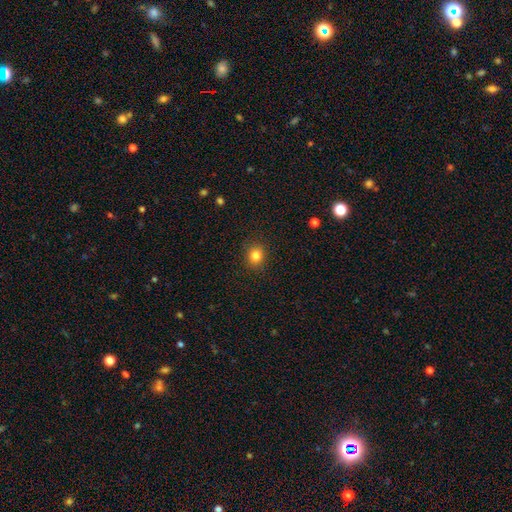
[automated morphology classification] type=smooth (83%); roundness=round (79%); merging=none (89%).